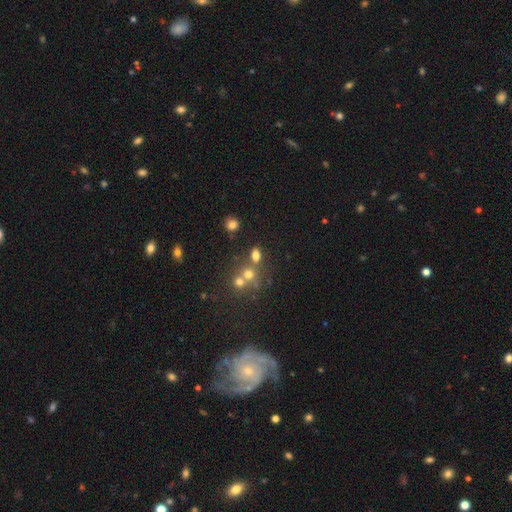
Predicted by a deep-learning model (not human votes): A smooth galaxy with no disk features (69%) that is in between round and cigar-shaped (53%). Merging: none (52%).